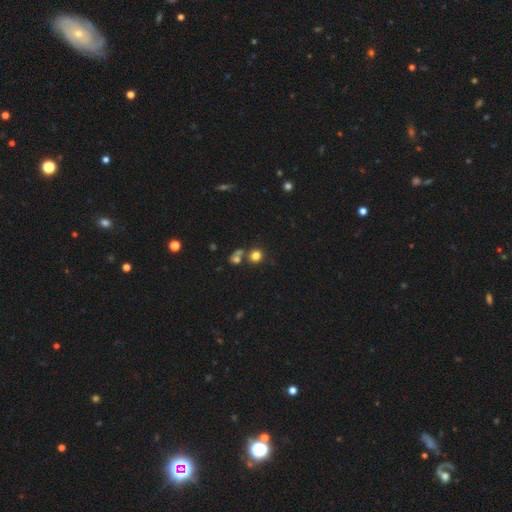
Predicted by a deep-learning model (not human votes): A smooth galaxy with no disk features (78%) that is round (87%).

Vote fractions:
- Smooth or featured? smooth: 78% / star or artifact: 15% / featured or disk: 7%
- How rounded? round: 87% / in between: 12% / cigar-shaped: 1%
- Merging? none: 66% / merger: 22% / minor disturbance: 8% / major disturbance: 4%